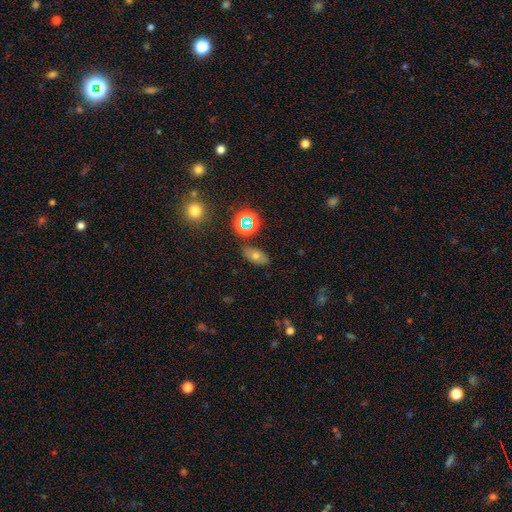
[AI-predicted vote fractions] This is possibly a smooth galaxy (51%). How rounded: likely in between (78%). Merging: clearly none (82%).